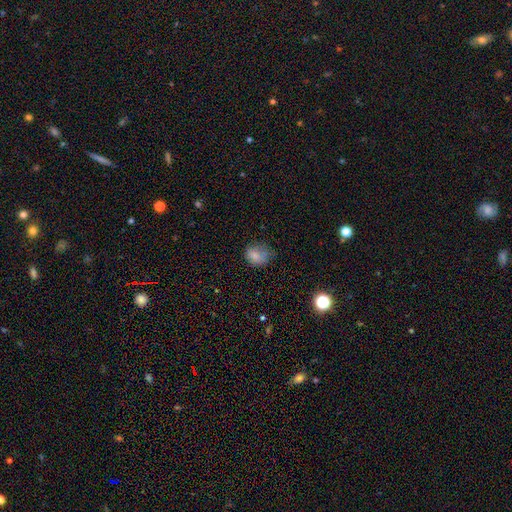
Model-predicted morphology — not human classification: type=smooth (78%); roundness=round (51%); merging=none (56%).